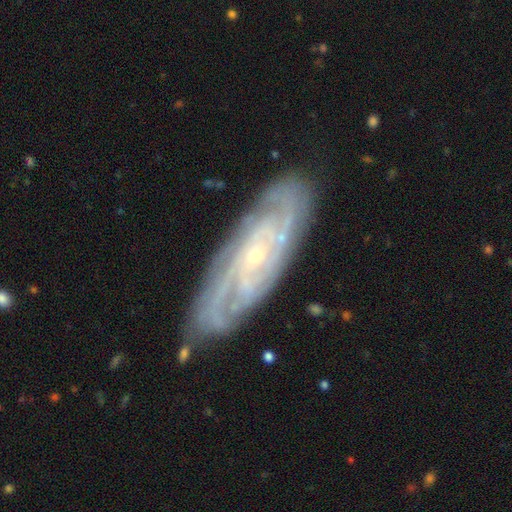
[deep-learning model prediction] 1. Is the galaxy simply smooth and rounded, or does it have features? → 86% featured or disk, 8% smooth, 6% star or artifact.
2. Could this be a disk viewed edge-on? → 87% no, 13% yes.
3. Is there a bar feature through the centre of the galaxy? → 68% no, 24% weak, 7% strong.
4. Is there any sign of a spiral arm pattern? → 96% yes, 4% no.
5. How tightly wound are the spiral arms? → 72% tight, 24% medium, 4% loose.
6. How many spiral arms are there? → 33% can't tell, 18% 3, 18% 4, 17% 2, 9% more than 4, 6% 1.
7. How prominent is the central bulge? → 80% small, 16% moderate, 2% none, 1% large, 1% dominant.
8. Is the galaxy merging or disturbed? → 83% none, 13% minor disturbance, 3% major disturbance, 1% merger.